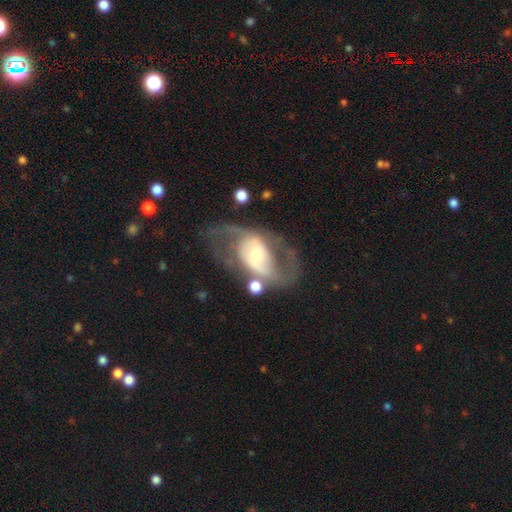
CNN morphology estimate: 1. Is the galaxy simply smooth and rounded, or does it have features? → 79% featured or disk, 15% smooth, 6% star or artifact.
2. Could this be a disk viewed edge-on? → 94% no, 6% yes.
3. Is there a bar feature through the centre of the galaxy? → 49% no, 33% weak, 18% strong.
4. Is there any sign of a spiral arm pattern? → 78% yes, 22% no.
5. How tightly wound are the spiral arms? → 49% medium, 30% loose, 21% tight.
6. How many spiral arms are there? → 80% 2, 11% can't tell, 4% 1, 2% 3, 1% 4, 1% more than 4.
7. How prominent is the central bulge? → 44% moderate, 38% small, 13% large, 3% dominant, 2% none.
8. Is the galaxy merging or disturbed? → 55% none, 21% major disturbance, 17% minor disturbance, 7% merger.